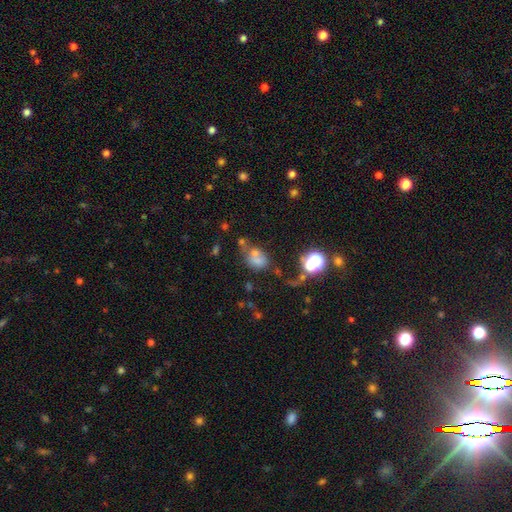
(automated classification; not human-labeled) Overall: smooth (57%; star or artifact 23%). How rounded: in between (51%; round 47%). Merging: merger (43%; none 31%).